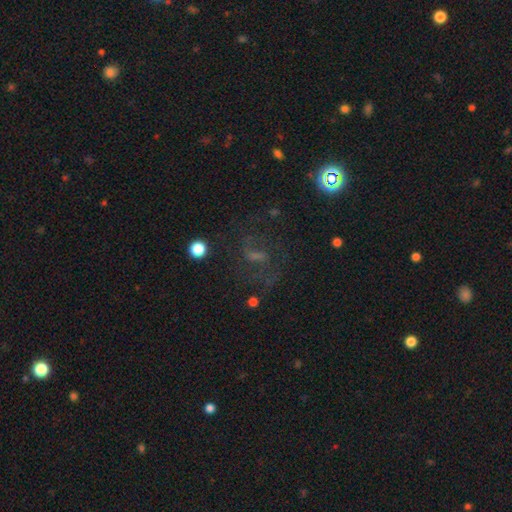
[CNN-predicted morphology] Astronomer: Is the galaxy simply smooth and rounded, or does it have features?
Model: featured or disk — 44% (runner-up: star or artifact, 35%).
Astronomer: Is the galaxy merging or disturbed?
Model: none — 67%.